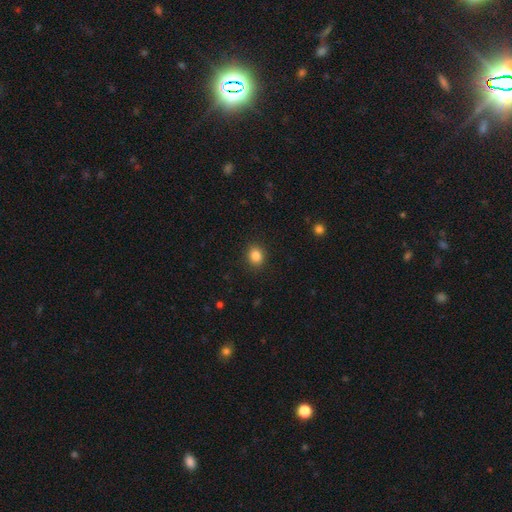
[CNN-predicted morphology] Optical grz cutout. It shows a smooth galaxy with no disk features (85%) that is round (65%). Merging: none (90%).